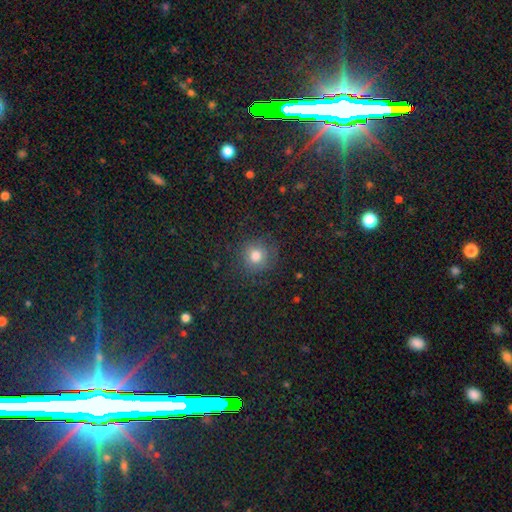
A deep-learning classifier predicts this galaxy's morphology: Smooth or featured? Predicted: smooth (p=0.78). How rounded? Predicted: round (p=0.91). Merging? Predicted: none (p=0.85).